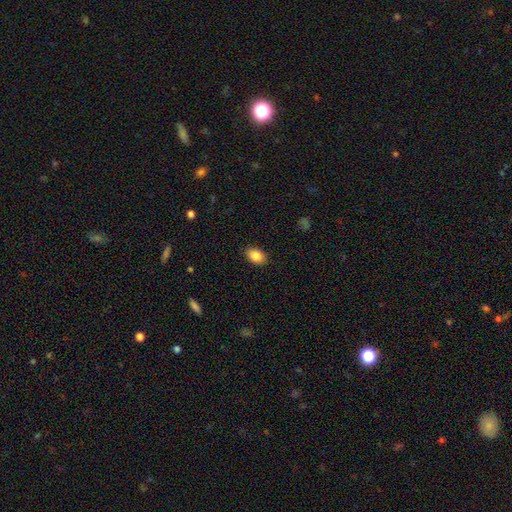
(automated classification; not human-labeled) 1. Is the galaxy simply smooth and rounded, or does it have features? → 86% smooth, 8% star or artifact, 6% featured or disk.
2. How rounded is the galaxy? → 84% in between, 15% round, 1% cigar-shaped.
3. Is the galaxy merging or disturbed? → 88% none, 9% minor disturbance, 2% major disturbance, 1% merger.